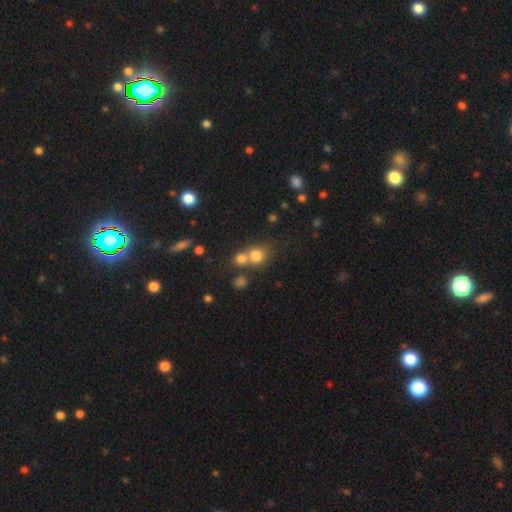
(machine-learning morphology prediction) Smooth or featured? Predicted: smooth (p=0.77). How rounded? Predicted: round (p=0.81). Merging? Predicted: none (p=0.45).